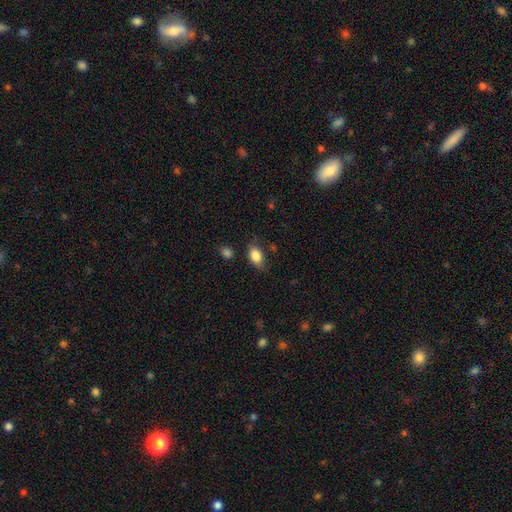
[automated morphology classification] This appears to be a smooth galaxy with no disk features (86%) that is in between round and cigar-shaped (87%). Merging: none (72%).